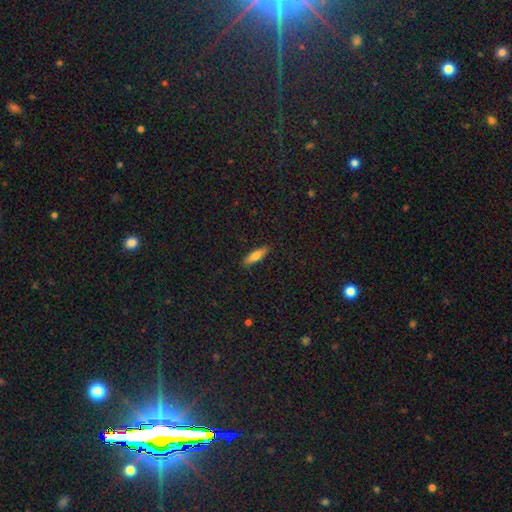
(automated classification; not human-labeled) smooth_or_featured: smooth (p=0.75) [alt: featured or disk p=0.19]
how_rounded: cigar-shaped (p=0.57) [alt: in between p=0.41]
merging: none (p=0.87) [alt: minor disturbance p=0.10]